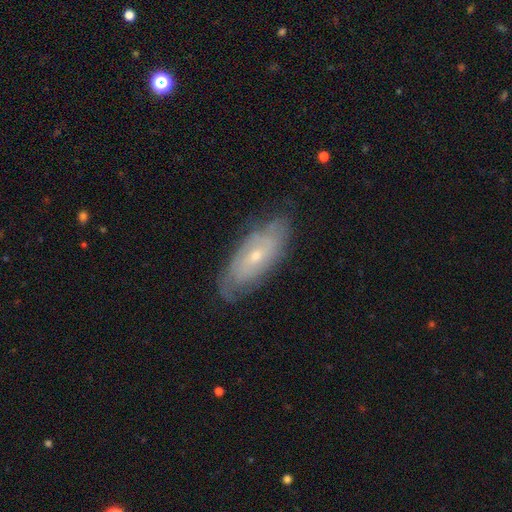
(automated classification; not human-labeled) Smooth or featured?
  - featured or disk: 66% *
  - smooth: 27%
  - star or artifact: 7%
Edge-on disk?
  - no: 85% *
  - yes: 15%
Bar?
  - no: 66% *
  - weak: 29%
  - strong: 6%
Spiral arms?
  - yes: 79% *
  - no: 21%
Bulge size?
  - small: 63% *
  - moderate: 34%
  - large: 1%
  - none: 1%
  - dominant: 1%
Merging?
  - none: 74% *
  - minor disturbance: 20%
  - major disturbance: 5%
  - merger: 1%